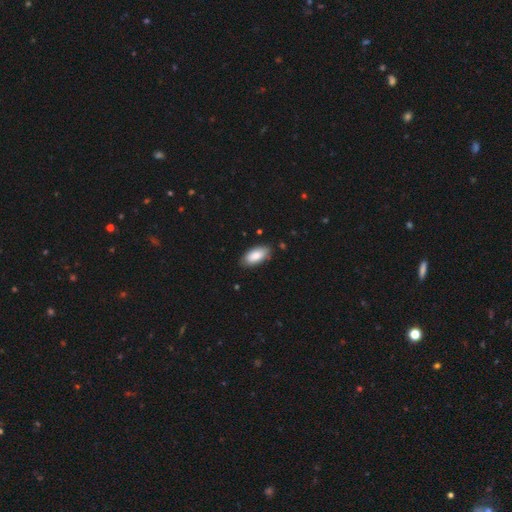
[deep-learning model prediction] Q: Smooth or featured?
A: smooth (84%); runner-up: featured or disk (10%)
Q: How rounded?
A: in between (92%); runner-up: cigar-shaped (6%)
Q: Merging?
A: none (83%); runner-up: minor disturbance (13%)